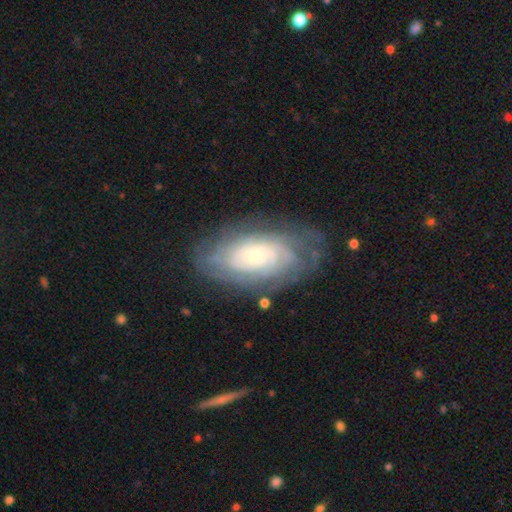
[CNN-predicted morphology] This appears to be a featured or disk galaxy (78%) with no bar (73%), tight (74%) spiral arms (93%) and a small central bulge (55%). Merging: none (73%).